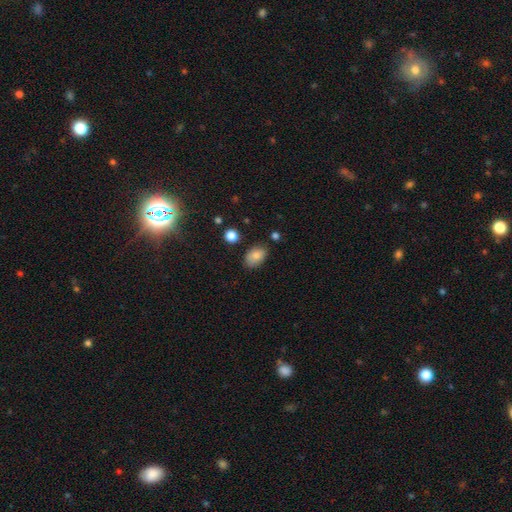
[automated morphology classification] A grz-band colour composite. It shows a smooth galaxy with no disk features (81%) that is in between round and cigar-shaped (85%). Merging: none (76%).